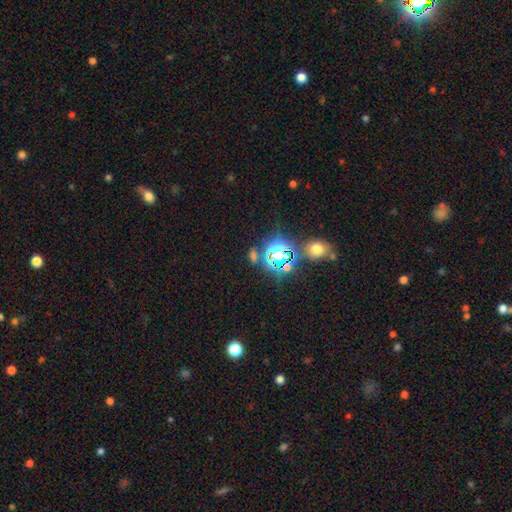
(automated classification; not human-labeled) This is likely a star or artifact rather than a galaxy (71%).